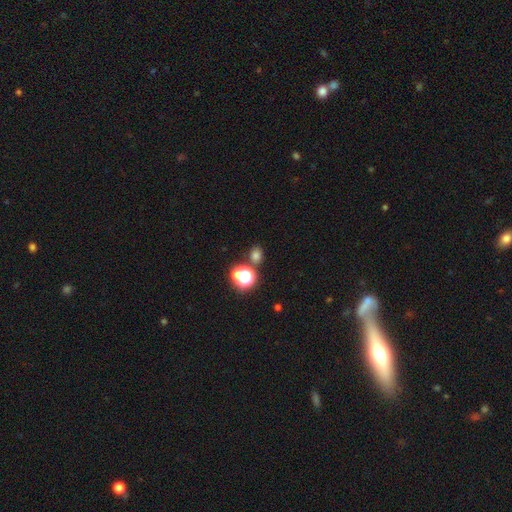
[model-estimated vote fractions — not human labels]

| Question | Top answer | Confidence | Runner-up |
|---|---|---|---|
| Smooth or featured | smooth | 67% | star or artifact (27%) |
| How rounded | round | 56% | in between (42%) |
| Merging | none | 75% | merger (11%) |